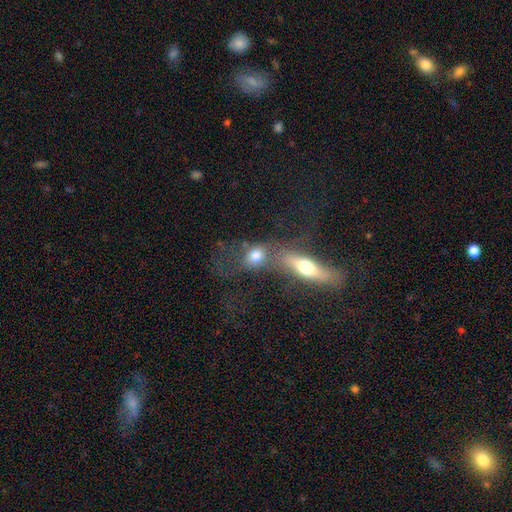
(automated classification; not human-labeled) Smooth or featured? smooth (63%)
How rounded? in between (56%)
Merging? merger (46%)